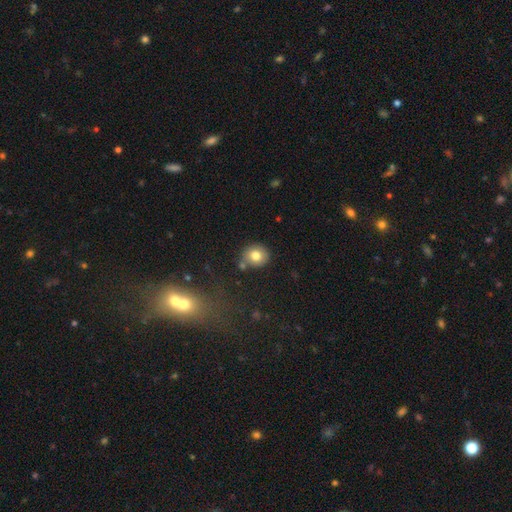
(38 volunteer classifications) smooth 71%, featured or disk 24%, star or artifact 5%. Down the decision tree: how rounded — round (93%); merging — none (81%).